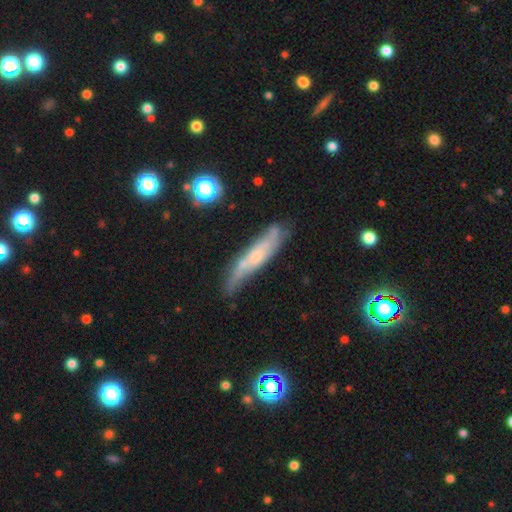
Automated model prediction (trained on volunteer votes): smooth_or_featured: featured or disk (p=0.53) [alt: smooth p=0.39]
disk_edge_on: yes (p=0.62) [alt: no p=0.38]
merging: none (p=0.61) [alt: minor disturbance p=0.26]